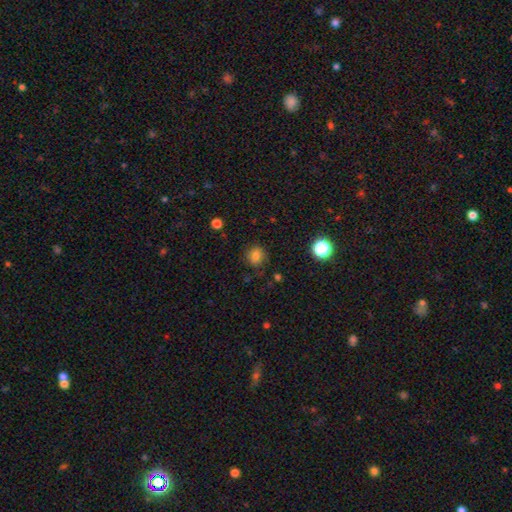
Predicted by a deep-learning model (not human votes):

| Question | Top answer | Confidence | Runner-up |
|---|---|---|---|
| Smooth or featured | smooth | 79% | star or artifact (14%) |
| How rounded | round | 83% | in between (16%) |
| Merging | none | 83% | minor disturbance (12%) |